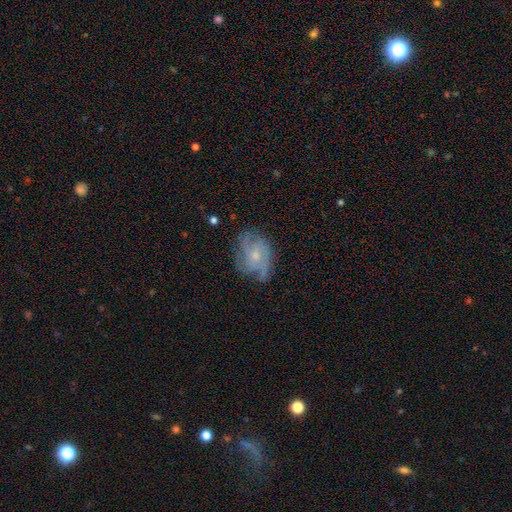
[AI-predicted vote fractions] Morphology: type=featured or disk (75%); edge-on=no (97%); bar=no (75%); spiral arms=yes (91%); winding=tight (46%); arm count=can't tell (30%); bulge=small (63%); merging=none (69%).